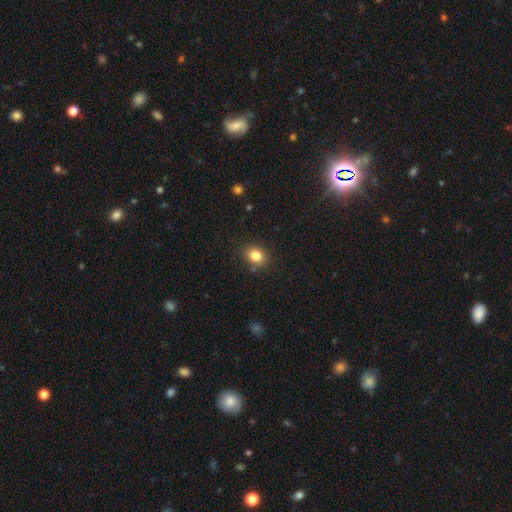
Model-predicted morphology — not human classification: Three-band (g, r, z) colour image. It shows a smooth galaxy with no disk features (83%) that is round (50%). Merging: none (82%).